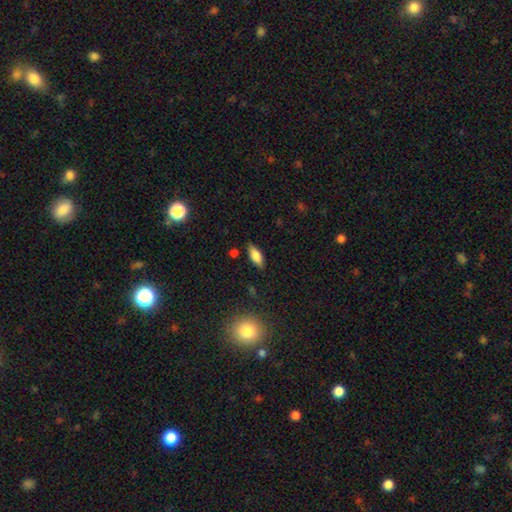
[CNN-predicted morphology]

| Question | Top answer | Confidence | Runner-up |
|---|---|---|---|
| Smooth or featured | smooth | 76% | featured or disk (16%) |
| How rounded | in between | 78% | cigar-shaped (19%) |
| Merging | none | 83% | minor disturbance (12%) |